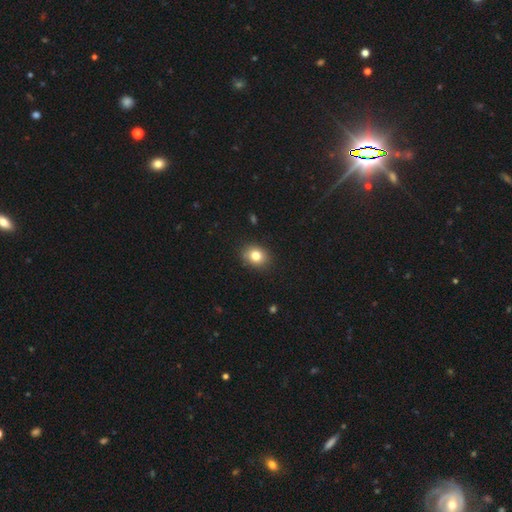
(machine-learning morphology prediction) A smooth galaxy with no disk features (81%) that is round (54%). Merging: none (88%).